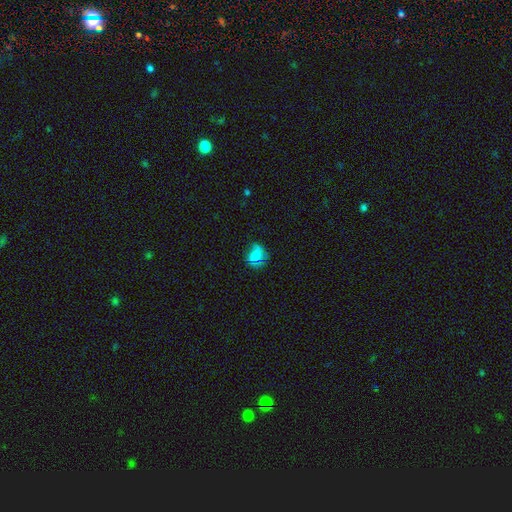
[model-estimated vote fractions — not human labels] smooth 57%, featured or disk 33%, star or artifact 10%. Down the decision tree: how rounded — round (61%); merging — none (56%).